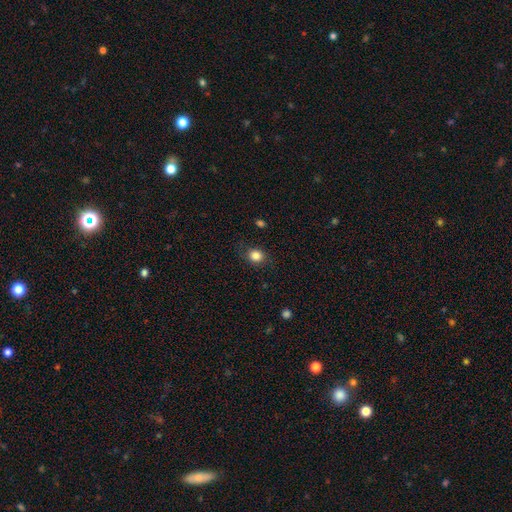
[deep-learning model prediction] A smooth galaxy with no disk features (84%) that is round (74%). Merging: none (82%).